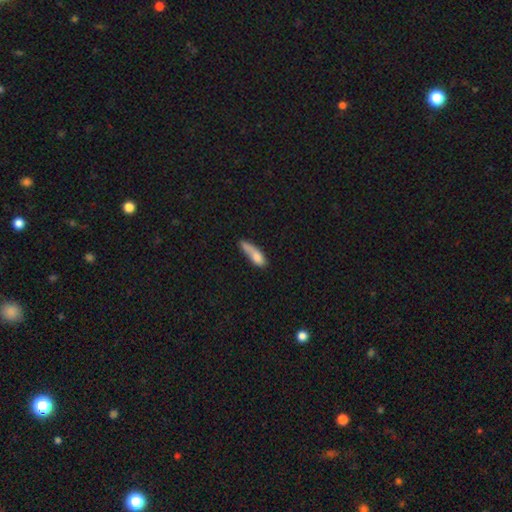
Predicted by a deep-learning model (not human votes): smooth 77%, featured or disk 15%, star or artifact 8%. Down the decision tree: how rounded — cigar-shaped (52%); merging — none (35%).